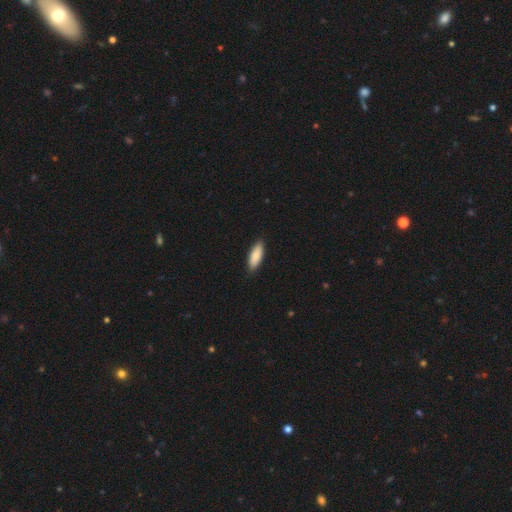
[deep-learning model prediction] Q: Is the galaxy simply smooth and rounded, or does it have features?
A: smooth — 87%.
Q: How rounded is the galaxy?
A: in between — 66%.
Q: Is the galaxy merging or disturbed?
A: none — 88%.